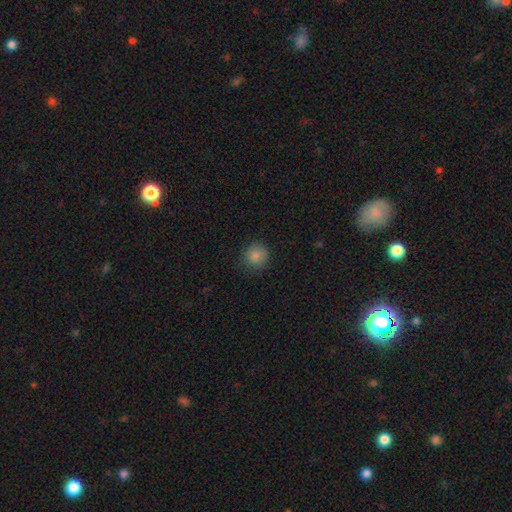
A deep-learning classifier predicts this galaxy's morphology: Smooth or featured: smooth — 86% (star or artifact — 10%)
How rounded: round — 89% (in between — 10%)
Merging: none — 84% (minor disturbance — 12%)